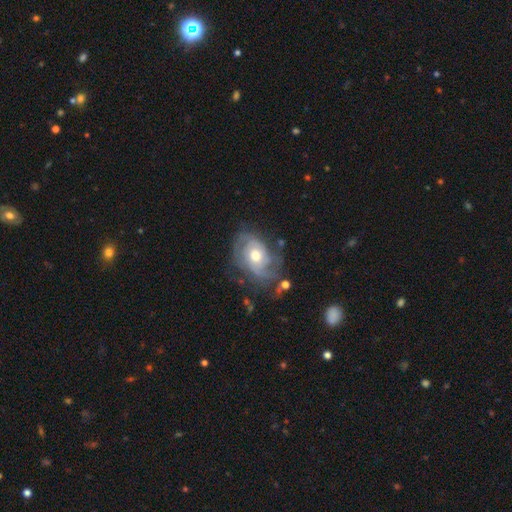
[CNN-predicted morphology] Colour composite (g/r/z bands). It shows a featured or disk galaxy (77%) with no bar (78%), 2 (38%) tight (50%) spiral arms (85%) and a moderate central bulge (72%). Merging: none (53%).